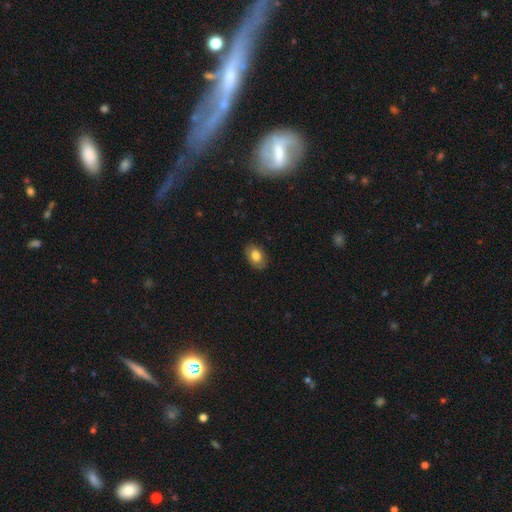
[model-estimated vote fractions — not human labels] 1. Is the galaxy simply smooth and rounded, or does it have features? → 79% smooth, 13% featured or disk, 7% star or artifact.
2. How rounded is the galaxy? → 86% in between, 13% round, 1% cigar-shaped.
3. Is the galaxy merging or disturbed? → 85% none, 11% minor disturbance, 2% major disturbance, 1% merger.